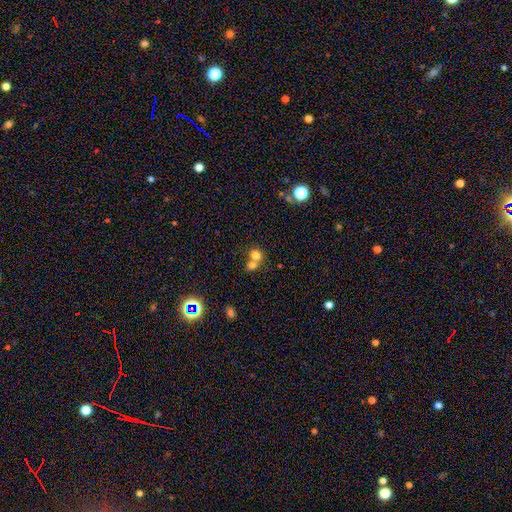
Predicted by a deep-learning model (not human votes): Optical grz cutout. It shows a smooth galaxy with no disk features (74%) that is round (80%). Merging: merger (58%).